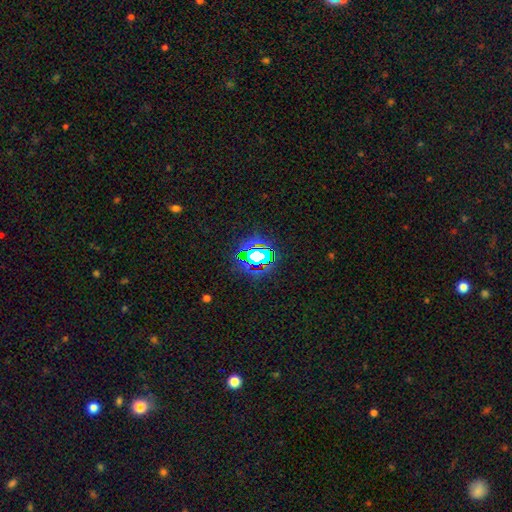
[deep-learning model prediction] This appears to be a star or artifact, not a galaxy (65%).